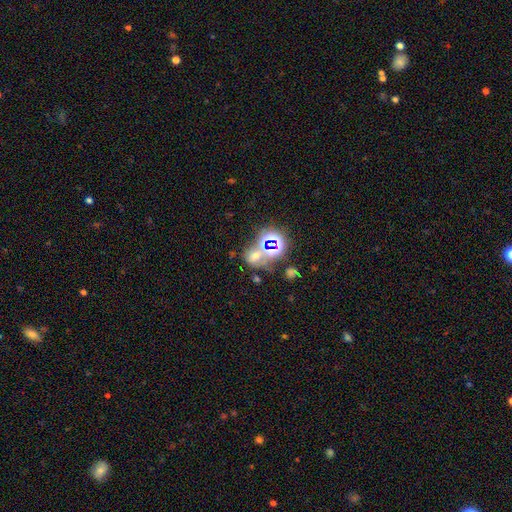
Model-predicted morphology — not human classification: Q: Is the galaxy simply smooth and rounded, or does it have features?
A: star or artifact — 47%.